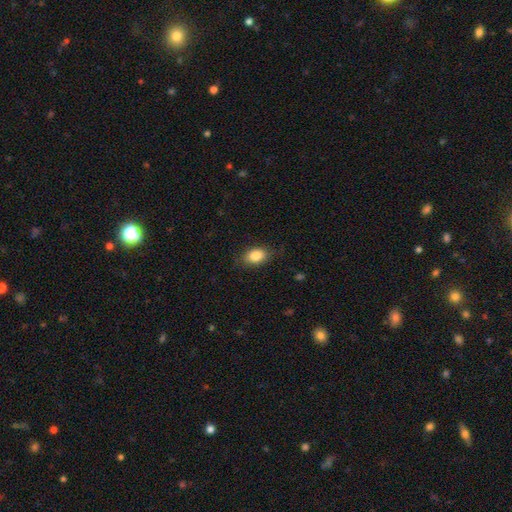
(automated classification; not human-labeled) Smooth or featured? smooth (86%)
How rounded? in between (82%)
Merging? none (81%)